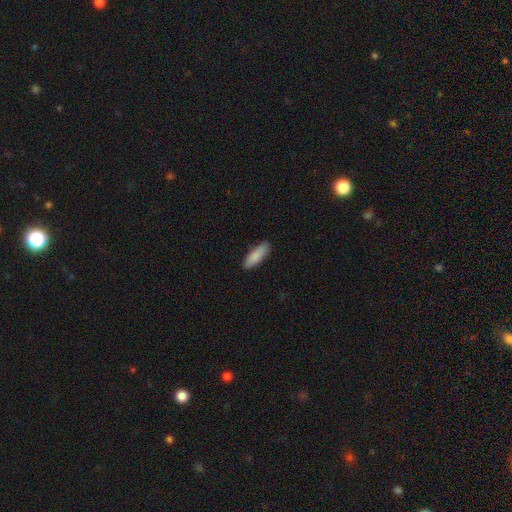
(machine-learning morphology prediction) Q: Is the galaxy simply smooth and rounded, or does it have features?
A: smooth — 88%.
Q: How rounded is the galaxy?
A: in between — 55%.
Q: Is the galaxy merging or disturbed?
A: none — 87%.